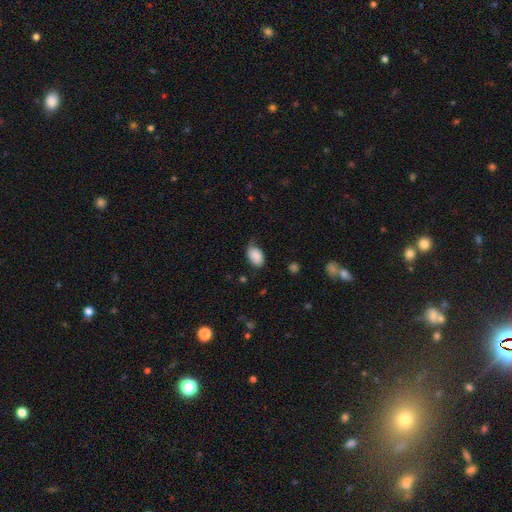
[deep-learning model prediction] Morphology: type=smooth (82%); roundness=in between (87%); merging=none (56%).